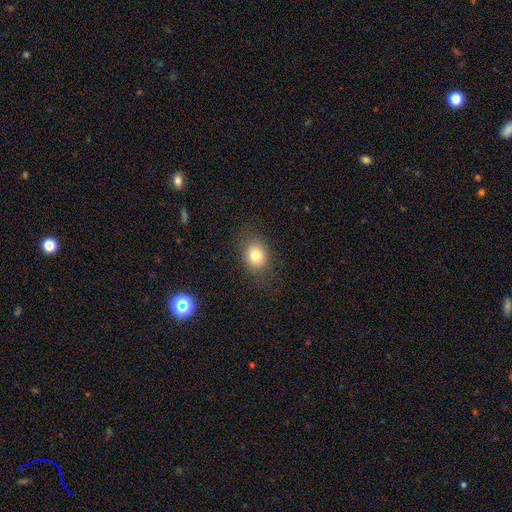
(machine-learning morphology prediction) smooth 77%, star or artifact 12%, featured or disk 11%. Down the decision tree: how rounded — round (58%); merging — none (81%).